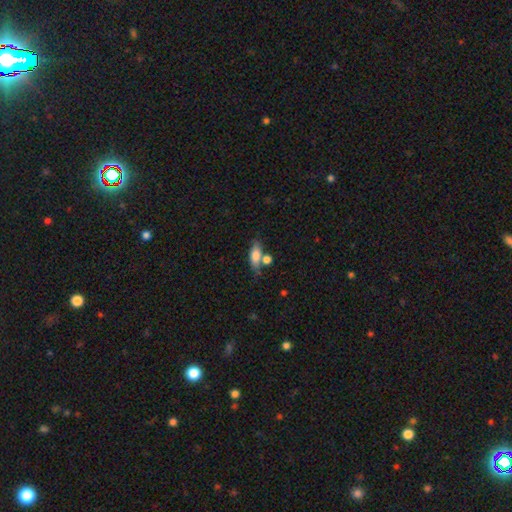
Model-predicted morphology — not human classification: Smooth or featured? Predicted: smooth (p=0.73). How rounded? Predicted: in between (p=0.70). Merging? Predicted: none (p=0.56).